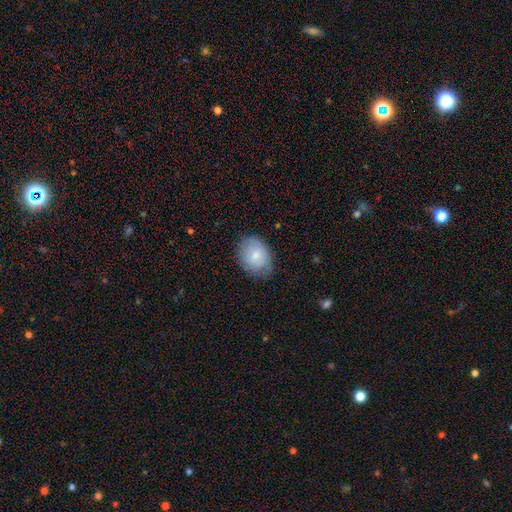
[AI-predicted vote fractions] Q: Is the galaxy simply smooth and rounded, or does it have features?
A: smooth — 78%.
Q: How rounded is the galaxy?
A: in between — 65%.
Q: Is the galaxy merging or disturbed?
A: none — 72%.